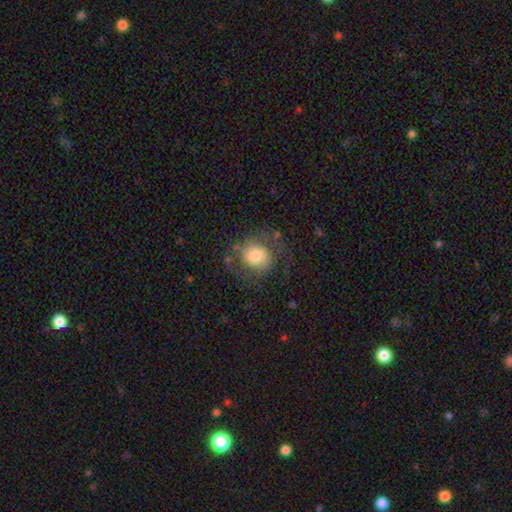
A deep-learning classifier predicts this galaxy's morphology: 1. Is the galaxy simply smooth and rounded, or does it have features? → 47% smooth, 44% featured or disk, 9% star or artifact.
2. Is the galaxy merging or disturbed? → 62% none, 19% minor disturbance, 17% major disturbance, 2% merger.